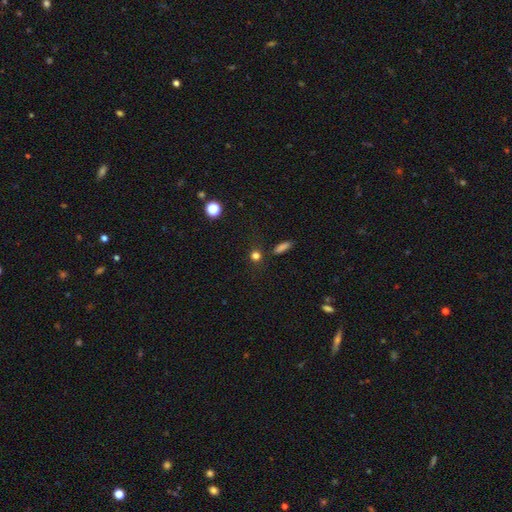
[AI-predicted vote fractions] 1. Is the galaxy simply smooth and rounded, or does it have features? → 75% smooth, 19% star or artifact, 5% featured or disk.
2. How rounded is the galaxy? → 84% round, 13% in between, 3% cigar-shaped.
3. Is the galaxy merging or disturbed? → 81% none, 9% minor disturbance, 6% merger, 4% major disturbance.